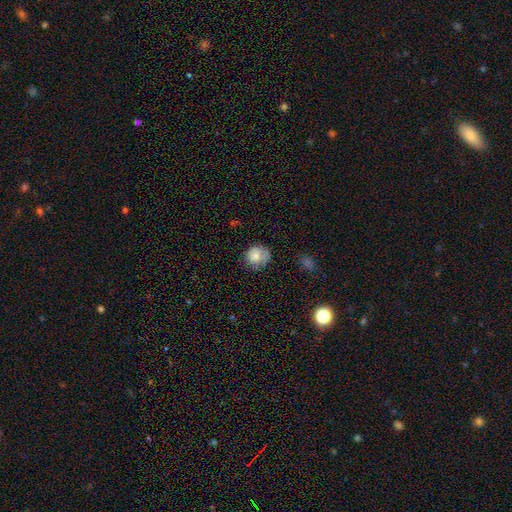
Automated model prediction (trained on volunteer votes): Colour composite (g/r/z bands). It shows a smooth galaxy with no disk features (80%) that is round (80%). Merging: none (60%).